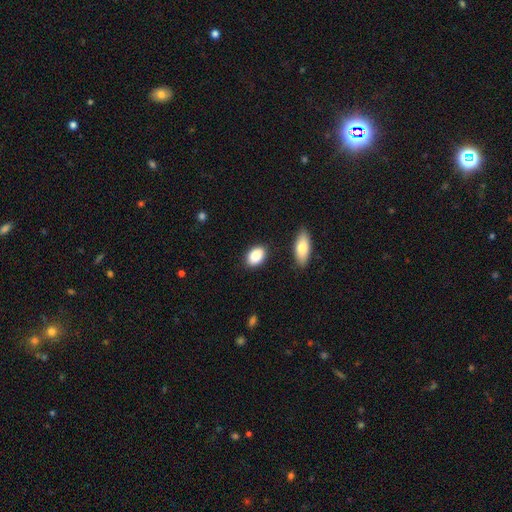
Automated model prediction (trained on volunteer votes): A smooth galaxy with no disk features (88%) that is in between round and cigar-shaped (84%).

Vote fractions:
- Smooth or featured? smooth: 88% / star or artifact: 7% / featured or disk: 5%
- How rounded? in between: 84% / round: 14% / cigar-shaped: 2%
- Merging? none: 83% / minor disturbance: 11% / merger: 3% / major disturbance: 3%